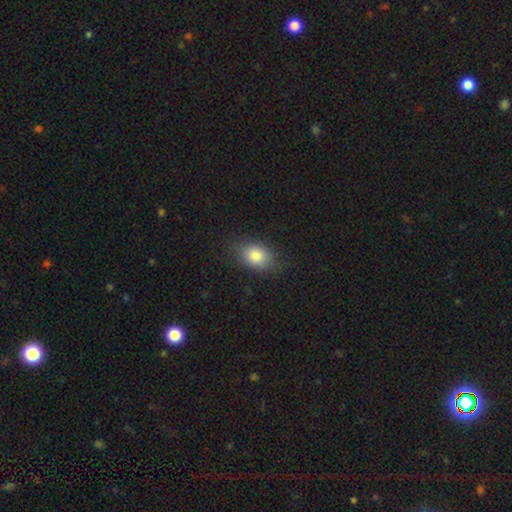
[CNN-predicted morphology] type=smooth (83%); roundness=in between (70%); merging=none (80%).